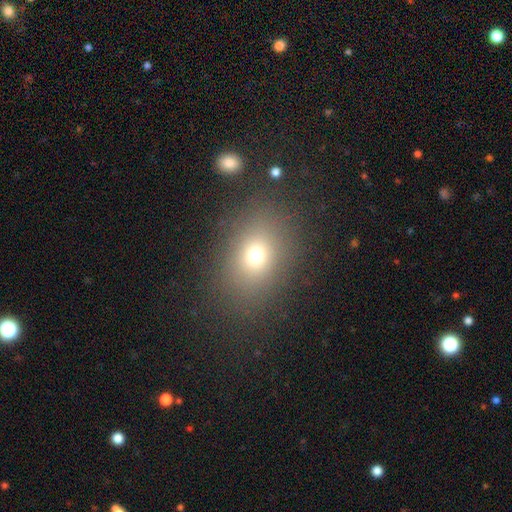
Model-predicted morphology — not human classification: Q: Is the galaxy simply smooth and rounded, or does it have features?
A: smooth — 71%.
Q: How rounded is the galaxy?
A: in between — 62%.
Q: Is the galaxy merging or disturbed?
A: none — 82%.